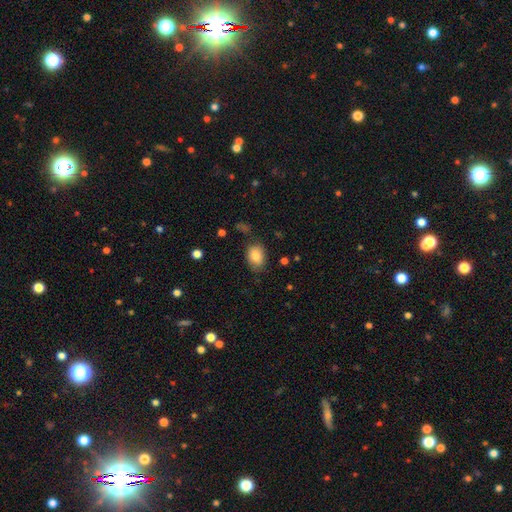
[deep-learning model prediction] Q: Smooth or featured?
A: smooth (85%); runner-up: star or artifact (8%)
Q: How rounded?
A: in between (74%); runner-up: round (25%)
Q: Merging?
A: none (75%); runner-up: minor disturbance (18%)